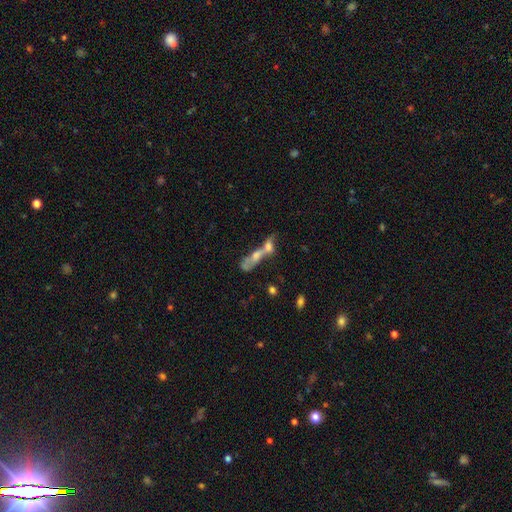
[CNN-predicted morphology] type=smooth (51%); roundness=in between (45%, tied with cigar-shaped); merging=merger (74%).